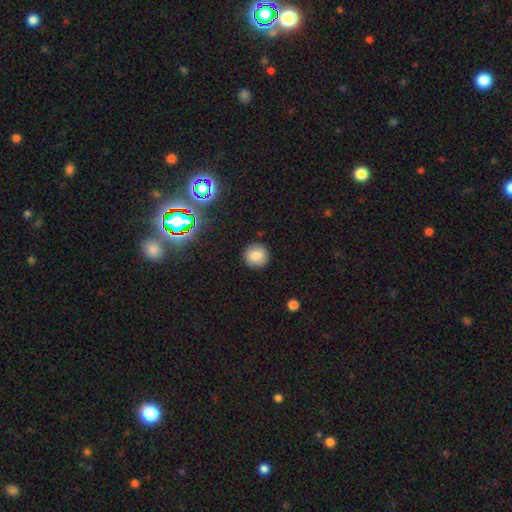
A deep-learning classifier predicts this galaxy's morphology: This appears to be a smooth galaxy with no disk features (83%) that is round (94%). Merging: none (91%).